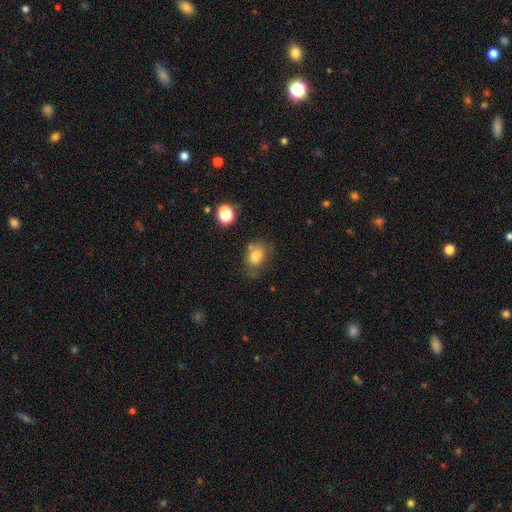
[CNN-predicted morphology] smooth 78%, featured or disk 11%, star or artifact 11%. Down the decision tree: how rounded — in between (72%); merging — none (59%).